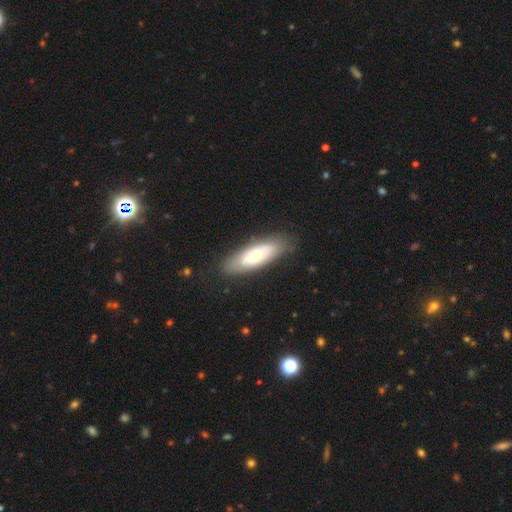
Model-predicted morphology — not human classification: type=smooth (55%); roundness=in between (66%); merging=none (81%).